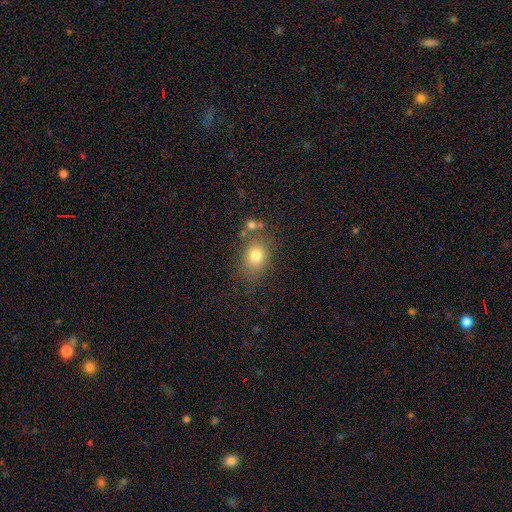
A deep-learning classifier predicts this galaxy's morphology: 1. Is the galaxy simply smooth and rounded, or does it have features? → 78% smooth, 11% star or artifact, 11% featured or disk.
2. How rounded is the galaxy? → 59% in between, 40% round, 1% cigar-shaped.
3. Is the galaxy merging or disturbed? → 70% none, 16% minor disturbance, 9% merger, 6% major disturbance.